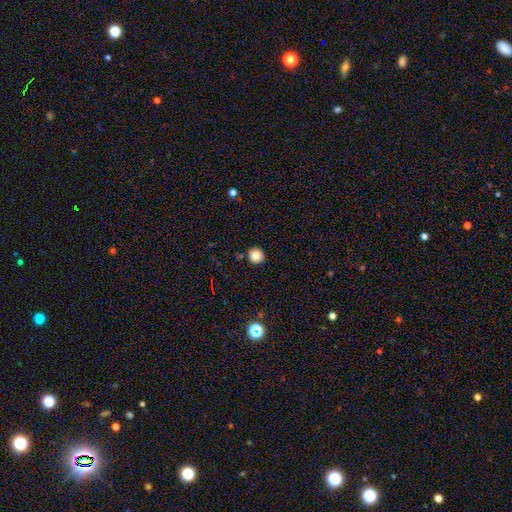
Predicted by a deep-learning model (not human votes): Morphology: type=smooth (83%); roundness=round (93%); merging=none (90%).